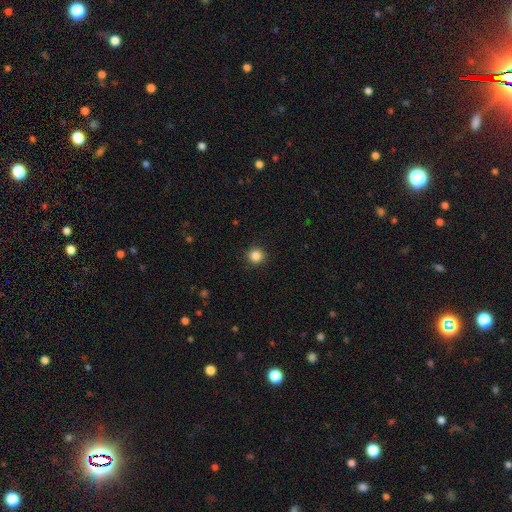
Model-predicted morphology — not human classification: Smooth or featured?
  - smooth: 86% *
  - star or artifact: 11%
  - featured or disk: 3%
How rounded?
  - round: 94% *
  - in between: 5%
  - cigar-shaped: 1%
Merging?
  - none: 91% *
  - minor disturbance: 6%
  - major disturbance: 2%
  - merger: 1%